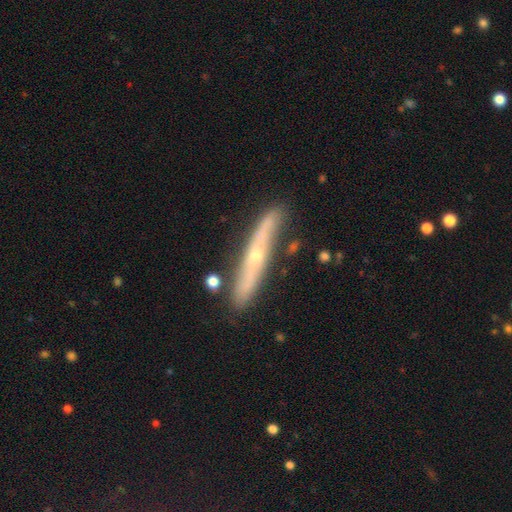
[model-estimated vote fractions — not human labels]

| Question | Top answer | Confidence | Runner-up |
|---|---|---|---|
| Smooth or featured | featured or disk | 69% | smooth (25%) |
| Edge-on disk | yes | 82% | no (18%) |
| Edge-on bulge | rounded | 79% | none (19%) |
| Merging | none | 81% | minor disturbance (13%) |